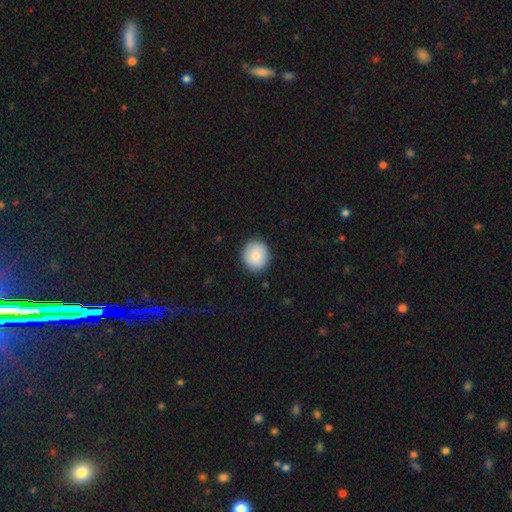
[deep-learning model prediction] smooth 86%, featured or disk 7%, star or artifact 7%. Down the decision tree: how rounded — round (82%); merging — none (89%).